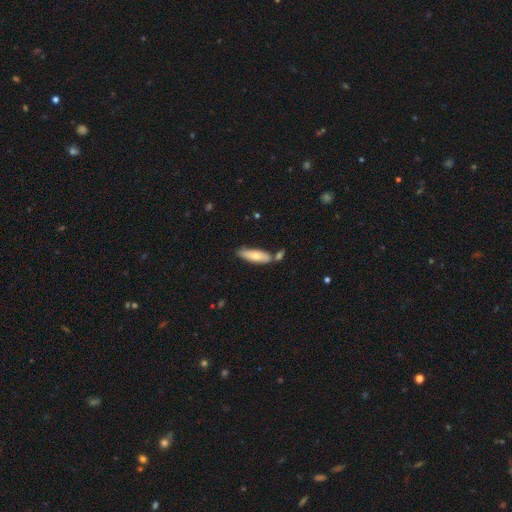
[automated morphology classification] A smooth galaxy with no disk features (69%) that is cigar-shaped (52%).

Vote fractions:
- Smooth or featured? smooth: 69% / featured or disk: 25% / star or artifact: 6%
- How rounded? cigar-shaped: 52% / in between: 46% / round: 2%
- Merging? none: 65% / merger: 16% / minor disturbance: 15% / major disturbance: 3%